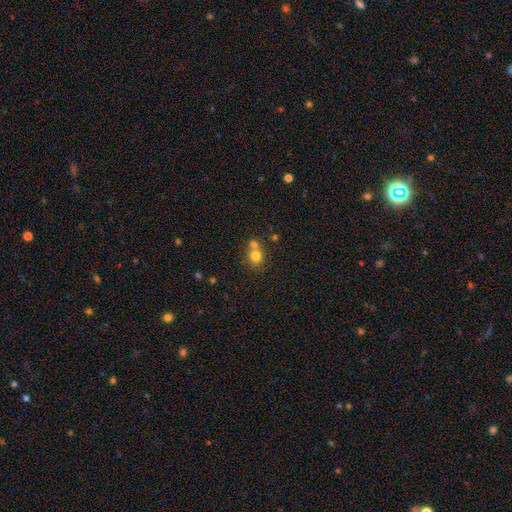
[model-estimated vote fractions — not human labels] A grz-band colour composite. It shows a smooth galaxy with no disk features (76%) that is round (79%). Merging: none (46%).